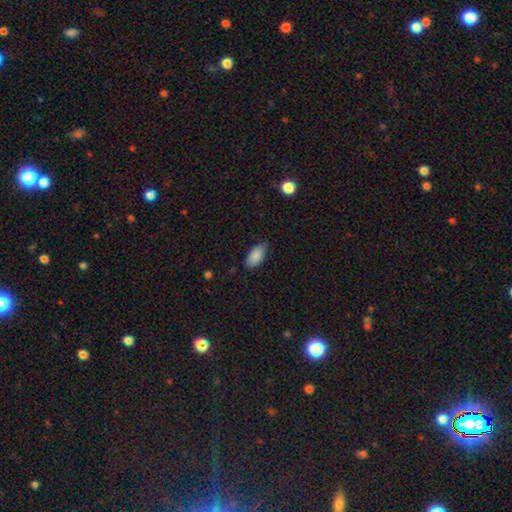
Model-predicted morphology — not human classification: type=smooth (88%); roundness=in between (93%); merging=none (75%).